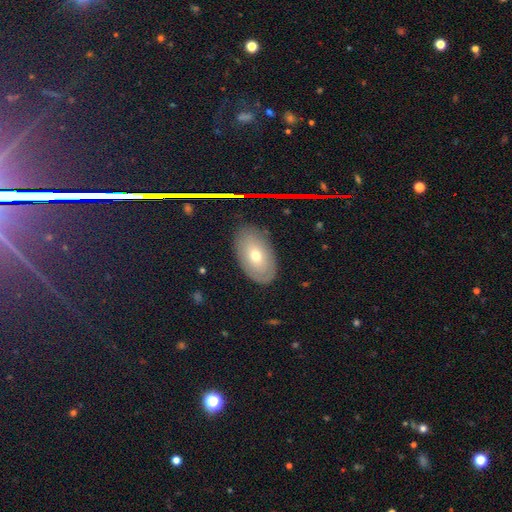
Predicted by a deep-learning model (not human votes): A smooth galaxy with no disk features (56%) that is in between round and cigar-shaped (92%). Merging: none (85%).